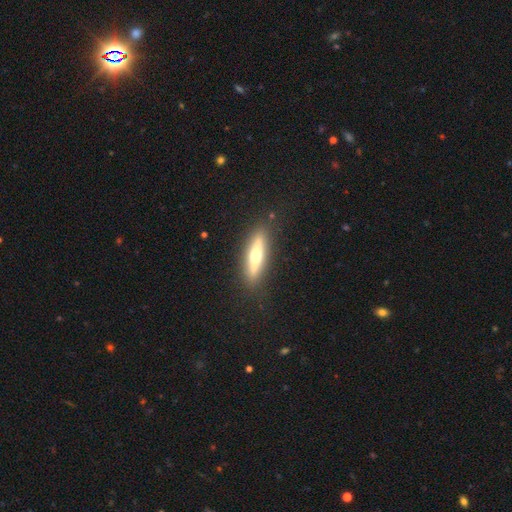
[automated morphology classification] Overall: featured or disk (52%; smooth 41%). Edge-on disk: yes (90%). Merging: none (87%).